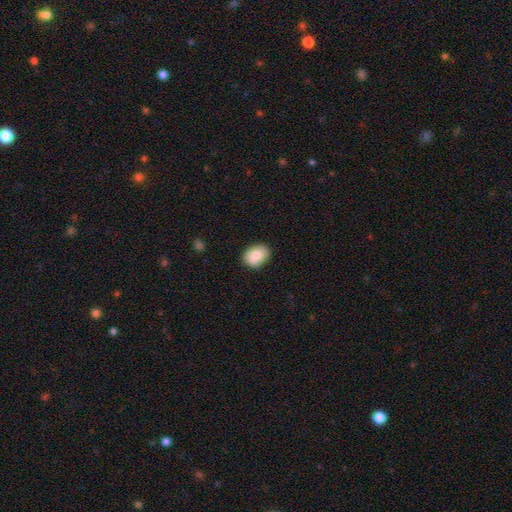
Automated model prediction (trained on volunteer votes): A smooth galaxy with no disk features (82%) that is in between round and cigar-shaped (65%). Merging: none (79%).